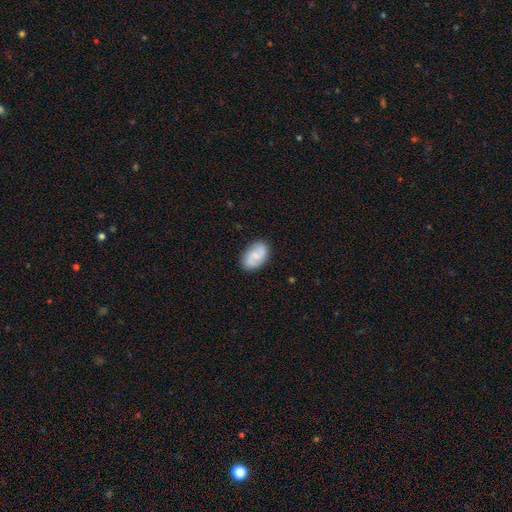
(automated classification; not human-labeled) Q: Smooth or featured?
A: smooth (55%); runner-up: featured or disk (39%)
Q: How rounded?
A: in between (90%); runner-up: round (9%)
Q: Merging?
A: none (82%); runner-up: minor disturbance (13%)